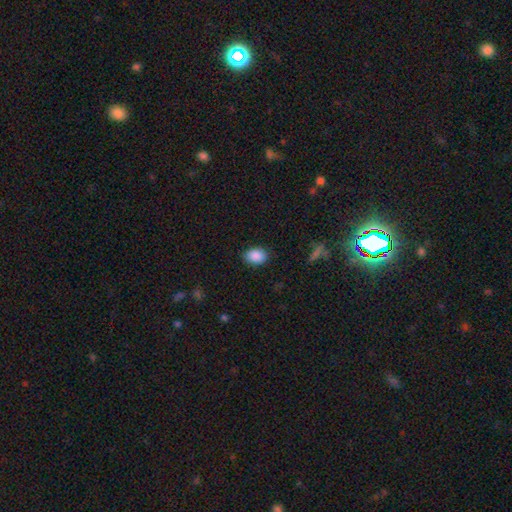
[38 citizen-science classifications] smooth 89%, featured or disk 5%, star or artifact 5%. Down the decision tree: how rounded — in between (74%); merging — none (86%).